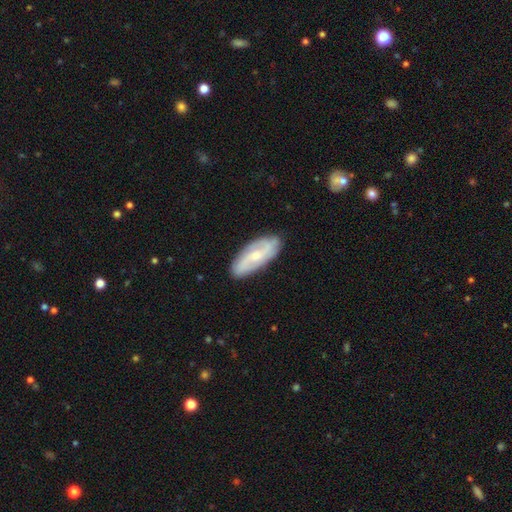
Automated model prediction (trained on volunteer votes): A featured or disk galaxy (66%) with no bar (50%), 2 (64%) medium (39%) spiral arms (89%) and a small central bulge (57%). Merging: none (83%).